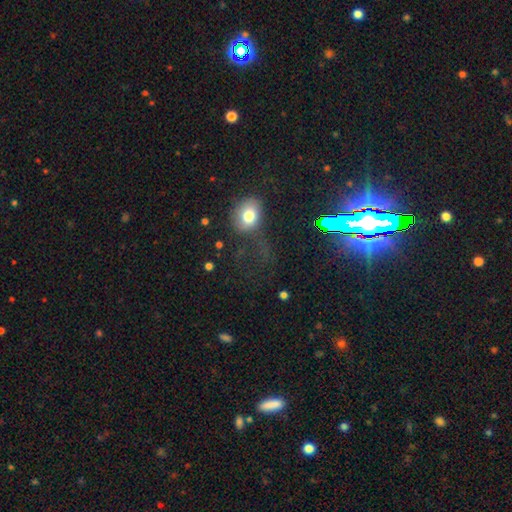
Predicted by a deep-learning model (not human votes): Morphology: type=star or artifact (47%).